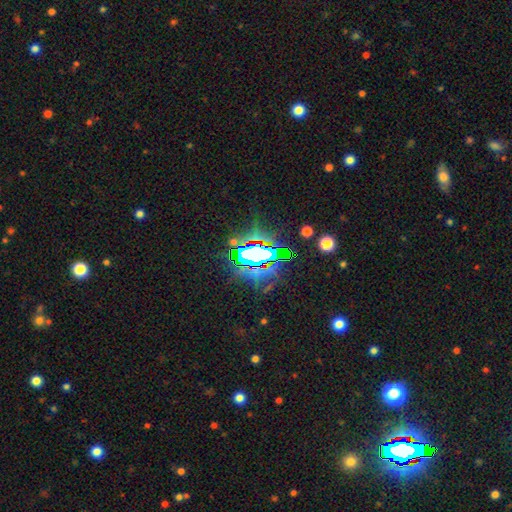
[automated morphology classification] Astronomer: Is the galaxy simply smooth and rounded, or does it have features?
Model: star or artifact — 68%.